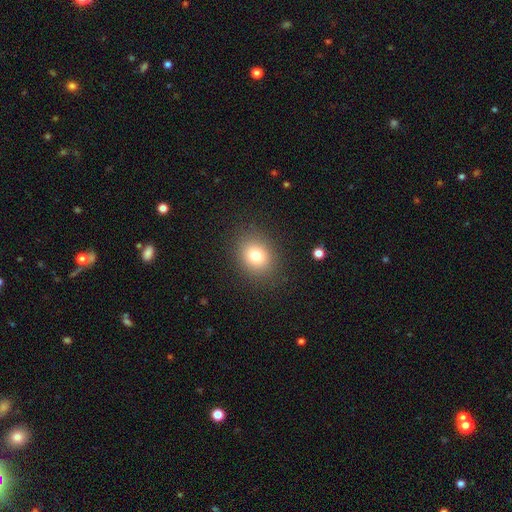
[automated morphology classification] This is likely a smooth galaxy (78%). How rounded: possibly round (60%). Merging: clearly none (87%).